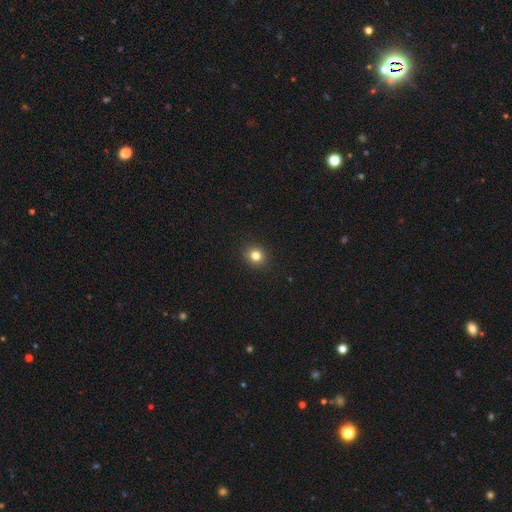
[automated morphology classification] This appears to be a smooth galaxy with no disk features (81%) that is round (80%). Merging: none (92%).